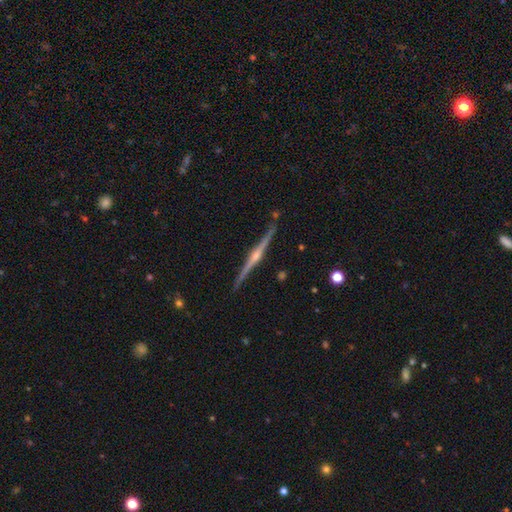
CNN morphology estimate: Smooth or featured? featured or disk (88%)
Edge-on disk? yes (99%)
Edge-on bulge? rounded (90%)
Merging? none (89%)